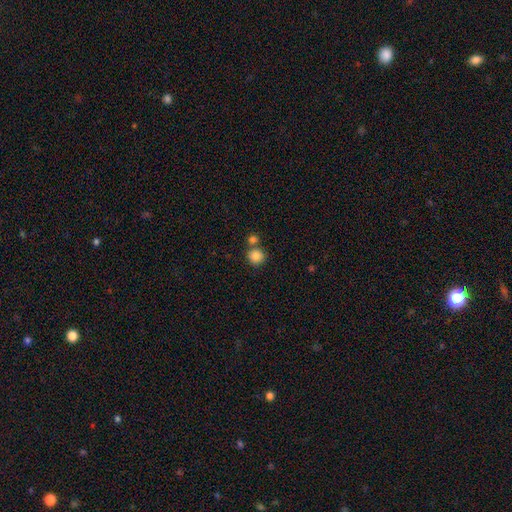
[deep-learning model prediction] Smooth or featured: smooth — 85% (star or artifact — 10%)
How rounded: round — 92% (in between — 7%)
Merging: none — 66% (merger — 23%)